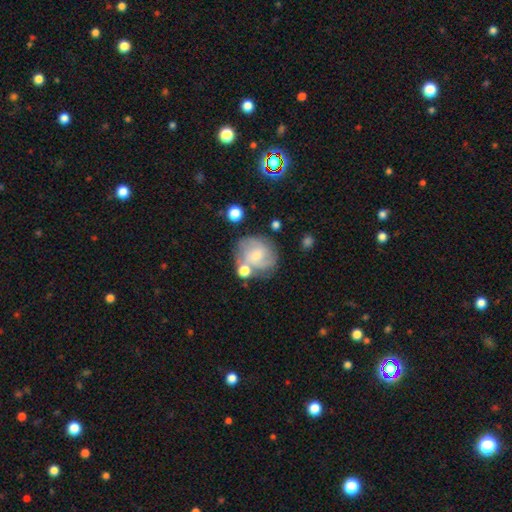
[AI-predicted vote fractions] This is likely a featured or disk galaxy (61%). It is clearly not viewed edge-on (98%). Bar: possibly no (57%). Spiral arm pattern: clearly yes (86%). Spiral arm count: possibly 2 (49%). Spiral winding: marginally medium (44%). Central bulge: possibly small (60%). Merging: possibly none (59%).